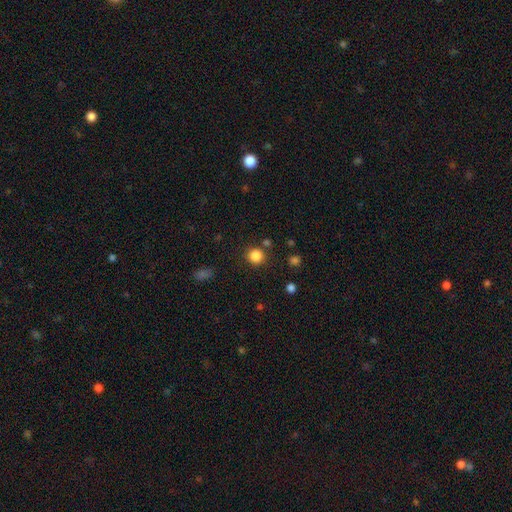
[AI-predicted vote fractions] smooth_or_featured: smooth (p=0.85) [alt: star or artifact p=0.12]
how_rounded: round (p=0.91) [alt: in between p=0.08]
merging: none (p=0.84) [alt: minor disturbance p=0.08]